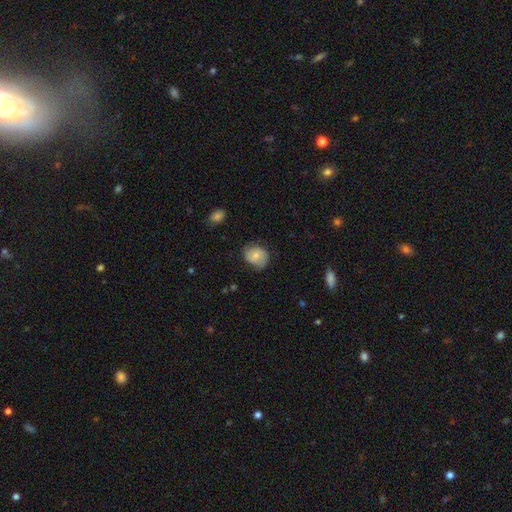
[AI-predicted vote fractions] smooth-or-featured: smooth: 62% | featured or disk: 31% | star or artifact: 8%
  how-rounded: round: 61% | in between: 38% | cigar-shaped: 1%
  merging: none: 66% | minor disturbance: 25% | major disturbance: 7% | merger: 1%